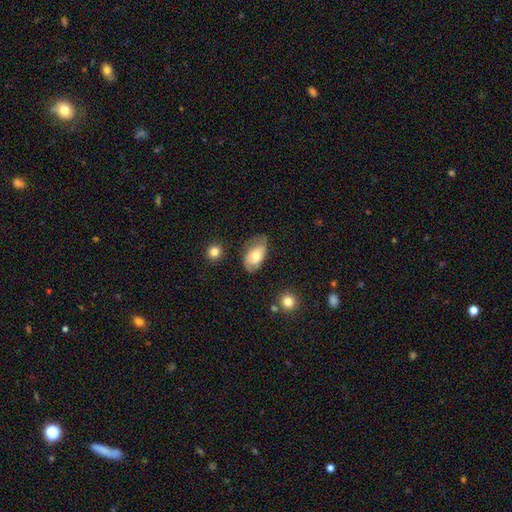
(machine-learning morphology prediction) The model was most divided on "smooth or featured": smooth: 58%, featured or disk: 35%, star or artifact: 7%. More confident: how rounded — in between (92%); merging — none (58%).